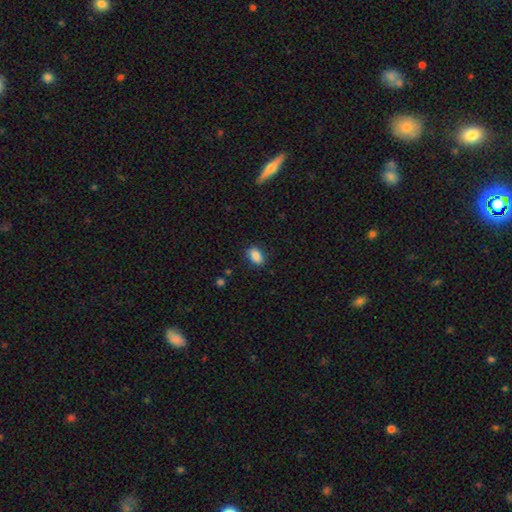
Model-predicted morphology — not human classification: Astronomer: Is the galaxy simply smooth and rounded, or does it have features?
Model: smooth — 86%.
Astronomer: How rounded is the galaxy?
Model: in between — 88%.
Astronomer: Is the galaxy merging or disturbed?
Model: none — 84%.